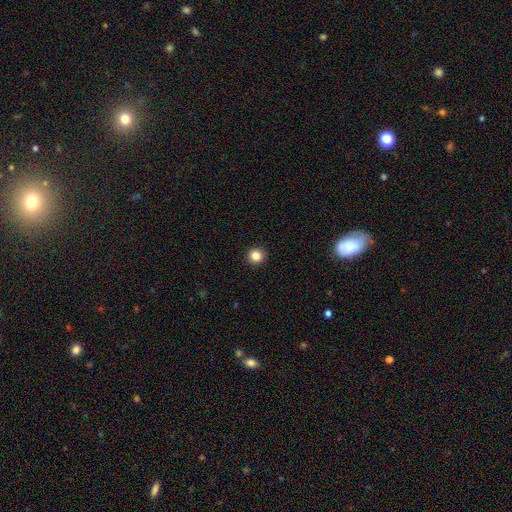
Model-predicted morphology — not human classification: Smooth or featured? smooth (85%)
How rounded? round (92%)
Merging? none (93%)